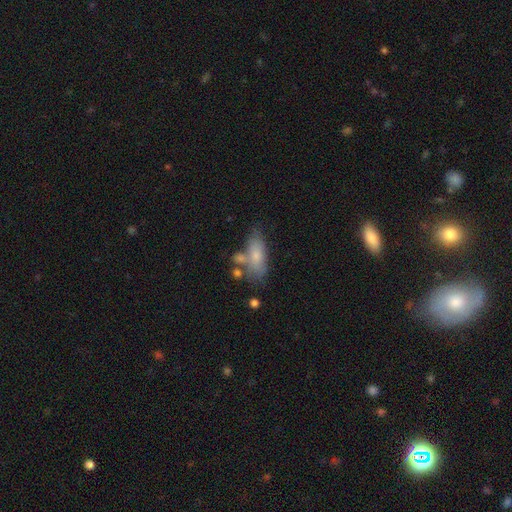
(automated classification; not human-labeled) This appears to be a smooth galaxy with no disk features (69%) that is in between round and cigar-shaped (78%). Merging: none (47%).